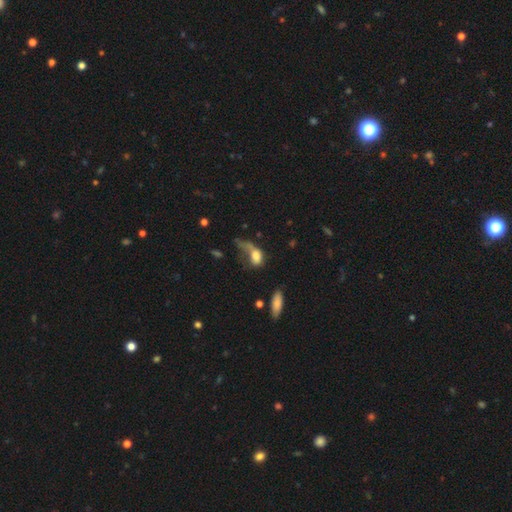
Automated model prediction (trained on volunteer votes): This appears to be a smooth galaxy with no disk features (69%) that is in between round and cigar-shaped (78%). Merging: major disturbance (56%).